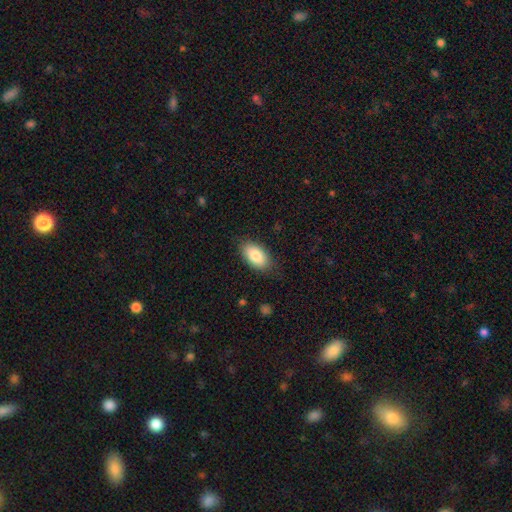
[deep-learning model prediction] smooth_or_featured: smooth (p=0.83) [alt: featured or disk p=0.10]
how_rounded: in between (p=0.94) [alt: round p=0.04]
merging: none (p=0.82) [alt: minor disturbance p=0.14]